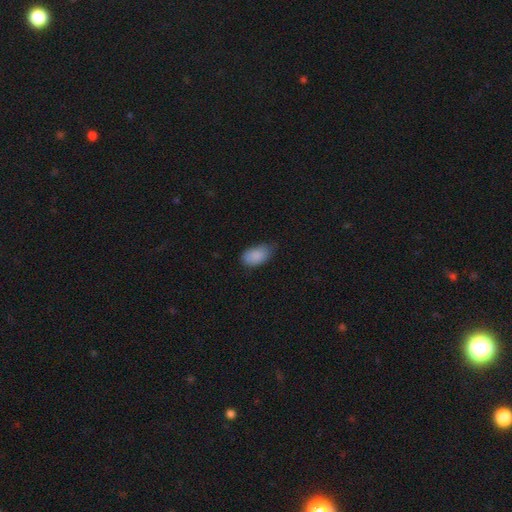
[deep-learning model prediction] Smooth or featured? smooth (87%)
How rounded? in between (91%)
Merging? none (58%)